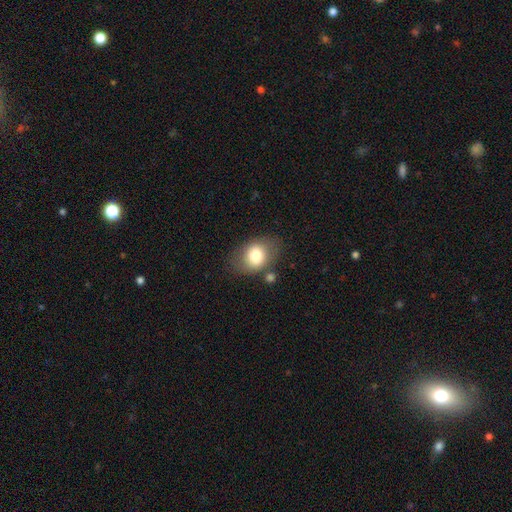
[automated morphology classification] Smooth or featured? Predicted: smooth (p=0.76). How rounded? Predicted: in between (p=0.71). Merging? Predicted: none (p=0.69).